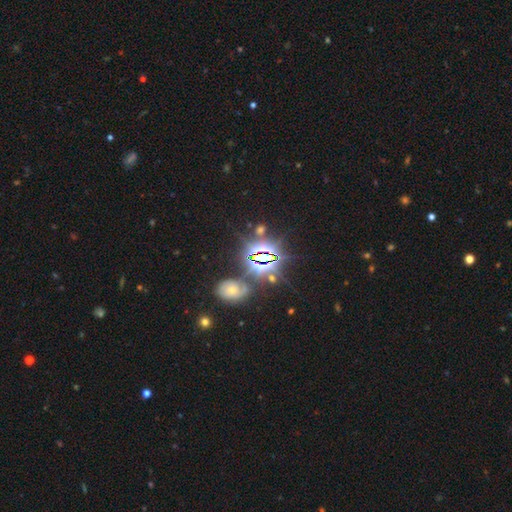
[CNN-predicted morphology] This appears to be a star or artifact, not a galaxy (75%).